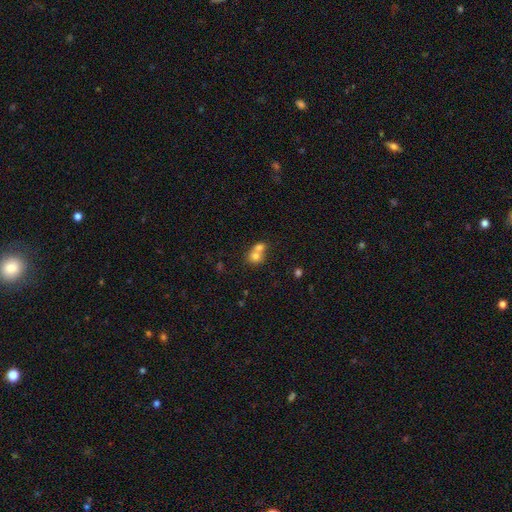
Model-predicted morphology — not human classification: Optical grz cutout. It shows a smooth galaxy with no disk features (73%) that is round (75%). Merging: merger (66%).